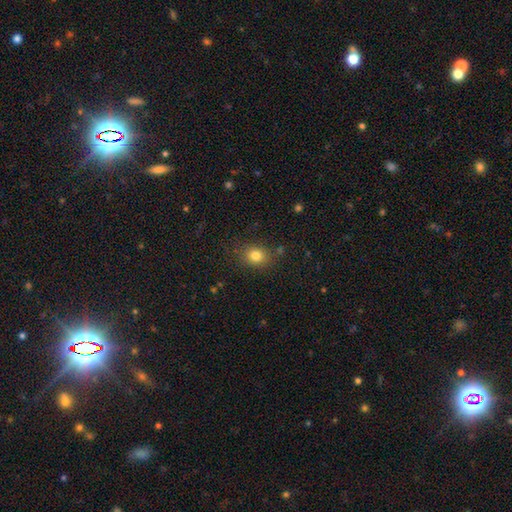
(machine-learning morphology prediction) Smooth or featured? Predicted: smooth (p=0.80). How rounded? Predicted: round (p=0.56). Merging? Predicted: none (p=0.82).